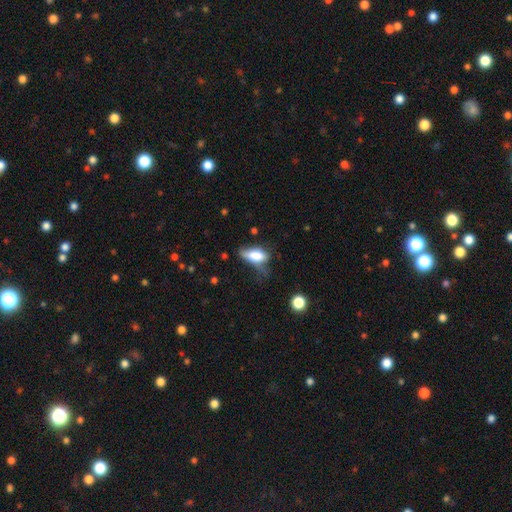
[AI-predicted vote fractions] smooth 72%, featured or disk 19%, star or artifact 9%. Down the decision tree: how rounded — in between (84%); merging — minor disturbance (37%).